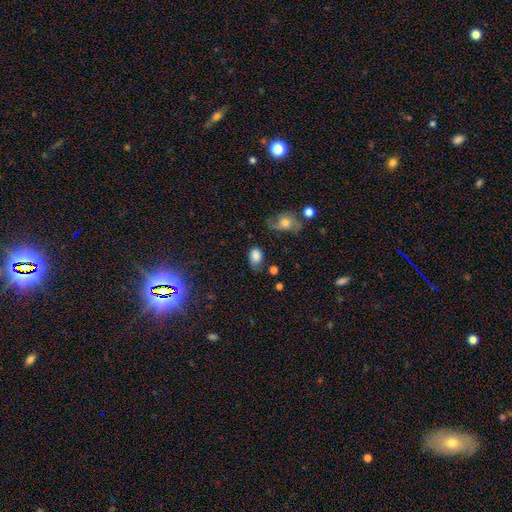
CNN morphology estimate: This is likely a smooth galaxy (80%). How rounded: clearly in between (83%). Merging: possibly none (50%).